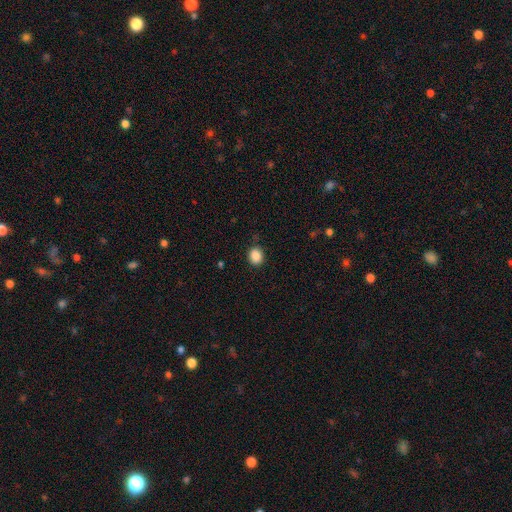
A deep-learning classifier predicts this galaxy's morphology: Smooth or featured? Predicted: smooth (p=0.88). How rounded? Predicted: round (p=0.63). Merging? Predicted: none (p=0.86).